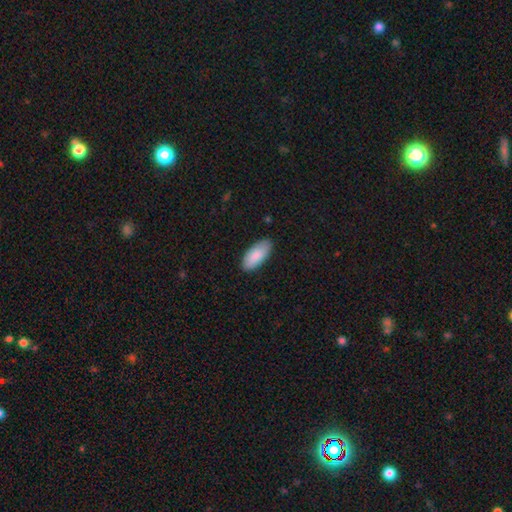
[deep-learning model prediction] A smooth galaxy with no disk features (88%) that is in between round and cigar-shaped (89%).

Vote fractions:
- Smooth or featured? smooth: 88% / featured or disk: 7% / star or artifact: 5%
- How rounded? in between: 89% / cigar-shaped: 9% / round: 2%
- Merging? none: 85% / minor disturbance: 12% / major disturbance: 2% / merger: 1%